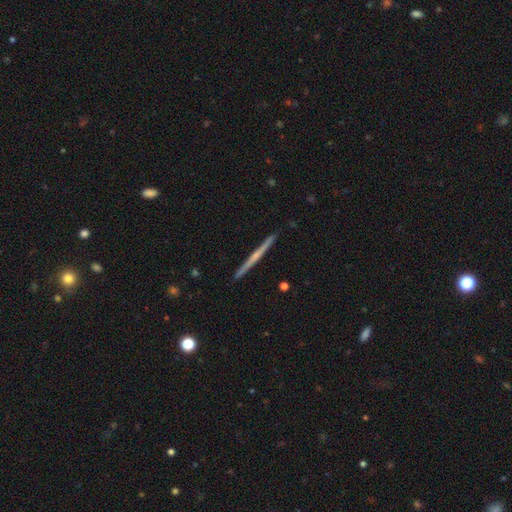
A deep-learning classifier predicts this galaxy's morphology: Smooth or featured?
  - featured or disk: 69% *
  - smooth: 25%
  - star or artifact: 5%
Edge-on disk?
  - yes: 98% *
  - no: 2%
Edge-on bulge?
  - none: 51% *
  - rounded: 42%
  - boxy: 7%
Merging?
  - none: 93% *
  - minor disturbance: 5%
  - merger: 1%
  - major disturbance: 1%